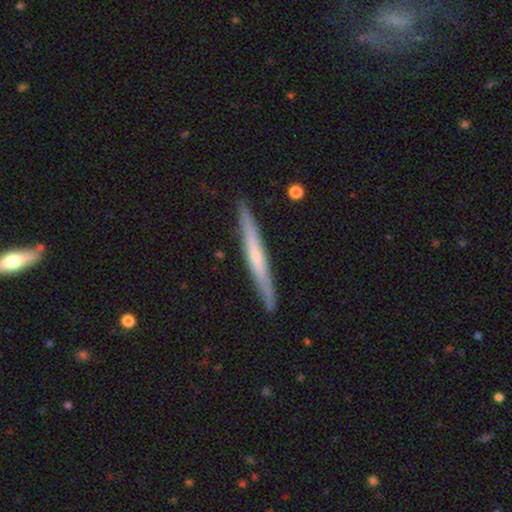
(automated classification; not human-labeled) smooth_or_featured: featured or disk (p=0.55) [alt: smooth p=0.40]
disk_edge_on: yes (p=0.96) [alt: no p=0.04]
edge_on_bulge: none (p=0.59) [alt: rounded p=0.34]
merging: none (p=0.89) [alt: minor disturbance p=0.08]